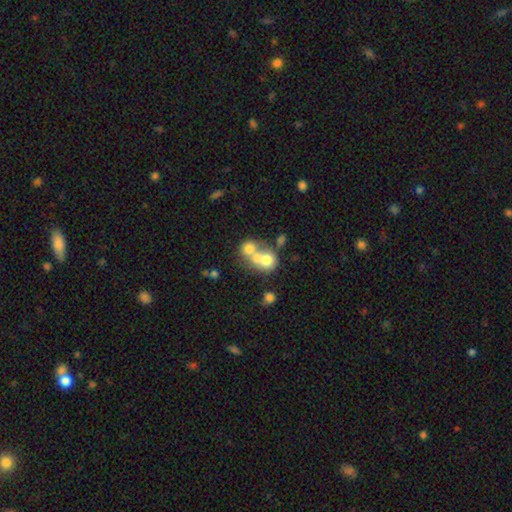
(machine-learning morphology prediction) A smooth galaxy with no disk features (61%) that is round (73%). Merging: merger (64%).